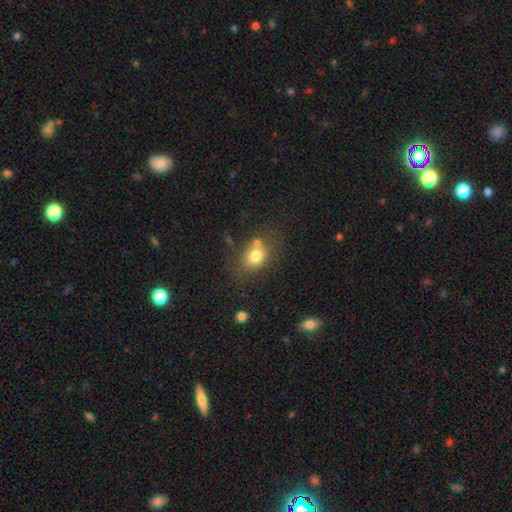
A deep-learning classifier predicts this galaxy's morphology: Q: Smooth or featured?
A: smooth (76%); runner-up: featured or disk (13%)
Q: How rounded?
A: in between (55%); runner-up: round (43%)
Q: Merging?
A: none (58%); runner-up: merger (19%)